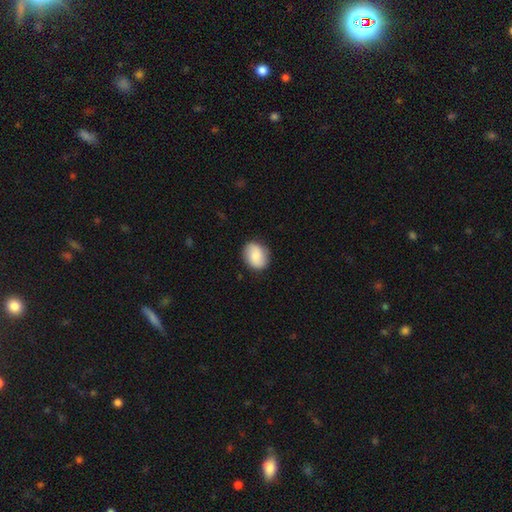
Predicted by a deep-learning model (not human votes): A smooth galaxy with no disk features (75%) that is round (50%). Merging: none (86%).